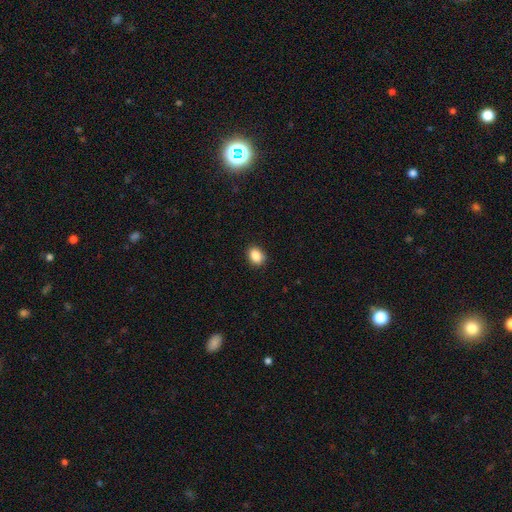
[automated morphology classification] Overall: smooth (88%). How rounded: in between (64%; round 35%). Merging: none (89%).